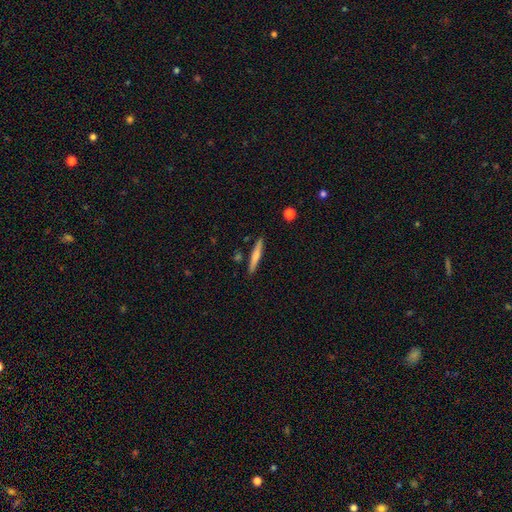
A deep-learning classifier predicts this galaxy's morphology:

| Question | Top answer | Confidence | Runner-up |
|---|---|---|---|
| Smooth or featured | smooth | 64% | featured or disk (31%) |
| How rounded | cigar-shaped | 94% | in between (4%) |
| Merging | none | 88% | minor disturbance (8%) |